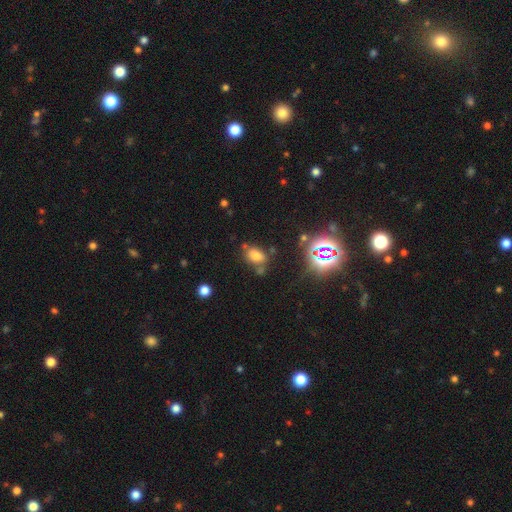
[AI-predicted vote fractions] A smooth galaxy with no disk features (67%) that is in between round and cigar-shaped (78%).

Vote fractions:
- Smooth or featured? smooth: 67% / star or artifact: 23% / featured or disk: 10%
- How rounded? in between: 78% / round: 20% / cigar-shaped: 2%
- Merging? none: 65% / minor disturbance: 16% / merger: 13% / major disturbance: 6%